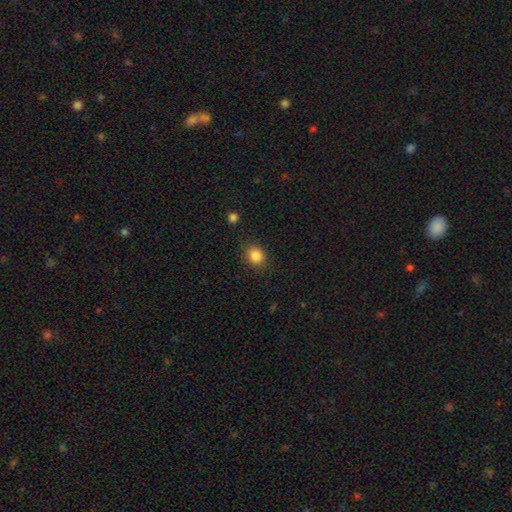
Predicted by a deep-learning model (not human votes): A smooth galaxy with no disk features (86%) that is round (73%). Merging: none (86%).